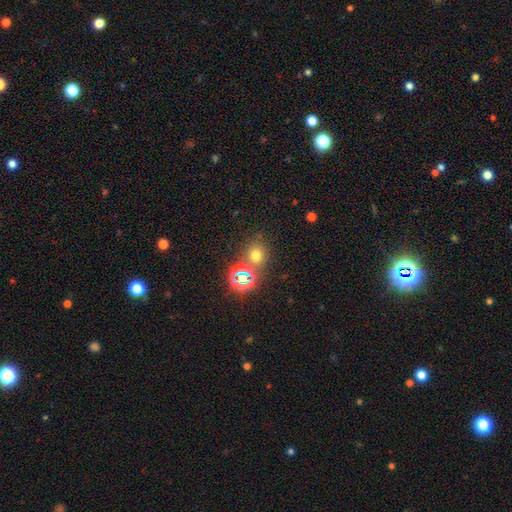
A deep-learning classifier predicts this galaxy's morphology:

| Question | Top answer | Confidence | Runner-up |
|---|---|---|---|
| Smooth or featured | smooth | 61% | star or artifact (32%) |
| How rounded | round | 77% | in between (22%) |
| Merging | none | 70% | merger (16%) |